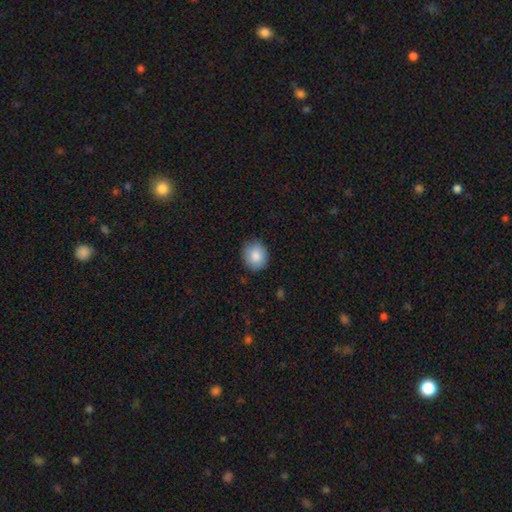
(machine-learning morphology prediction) Smooth or featured: smooth — 85% (star or artifact — 8%)
How rounded: round — 70% (in between — 29%)
Merging: none — 85% (minor disturbance — 12%)